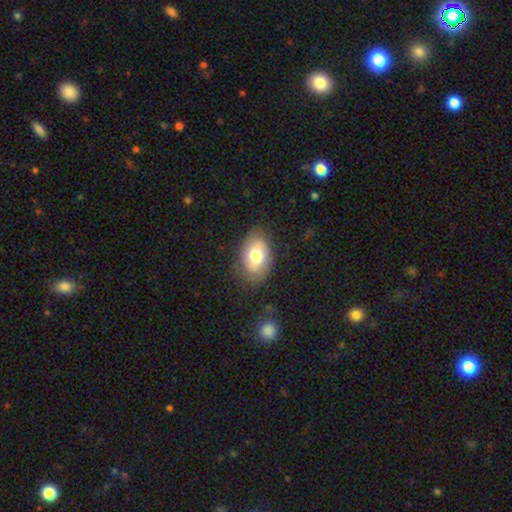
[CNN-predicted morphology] A smooth galaxy with no disk features (74%) that is in between round and cigar-shaped (88%).

Vote fractions:
- Smooth or featured? smooth: 74% / featured or disk: 19% / star or artifact: 8%
- How rounded? in between: 88% / round: 11% / cigar-shaped: 1%
- Merging? none: 77% / minor disturbance: 17% / major disturbance: 5% / merger: 2%